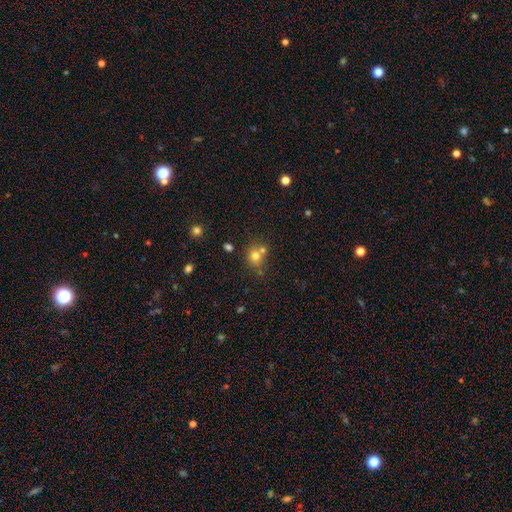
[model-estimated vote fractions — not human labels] This is likely a smooth galaxy (74%). How rounded: likely round (77%). Merging: possibly none (56%).